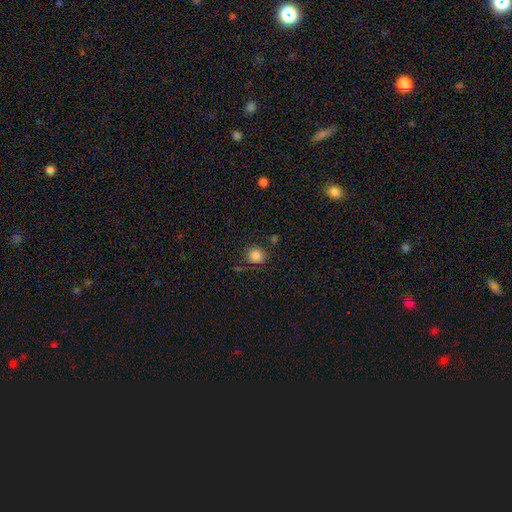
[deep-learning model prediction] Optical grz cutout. It shows a smooth galaxy with no disk features (85%) that is round (86%). Merging: none (81%).